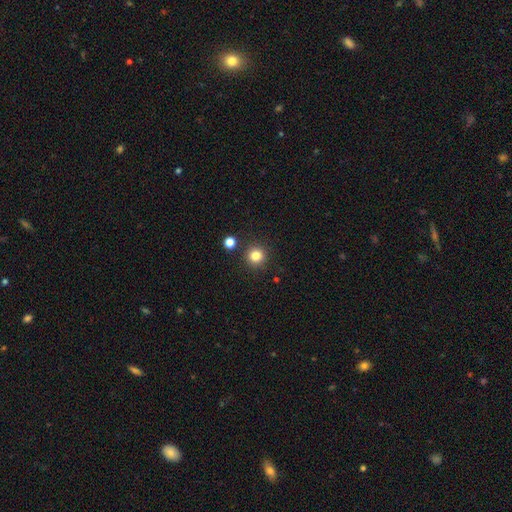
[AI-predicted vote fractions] smooth-or-featured: smooth: 82% | star or artifact: 13% | featured or disk: 5%
  how-rounded: round: 94% | in between: 5% | cigar-shaped: 1%
  merging: none: 88% | minor disturbance: 6% | merger: 4% | major disturbance: 2%